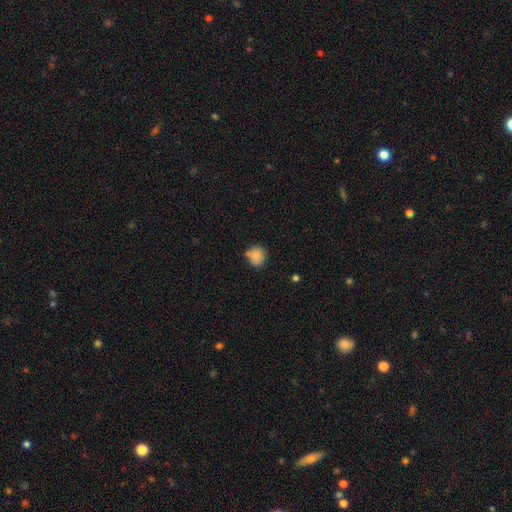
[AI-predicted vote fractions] A smooth galaxy with no disk features (85%) that is round (84%).

Vote fractions:
- Smooth or featured? smooth: 85% / star or artifact: 9% / featured or disk: 7%
- How rounded? round: 84% / in between: 15% / cigar-shaped: 1%
- Merging? none: 66% / minor disturbance: 19% / merger: 11% / major disturbance: 4%